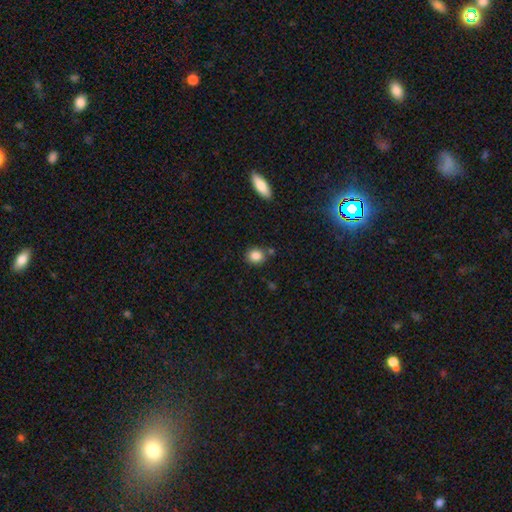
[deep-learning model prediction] Smooth or featured? smooth (86%)
How rounded? round (79%)
Merging? none (78%)